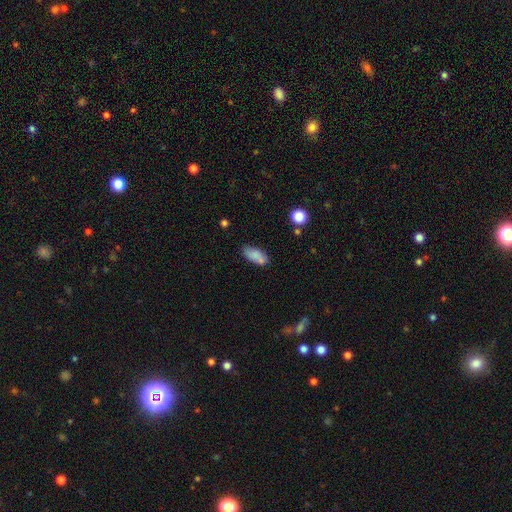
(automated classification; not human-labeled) Smooth or featured? smooth (79%)
How rounded? in between (85%)
Merging? none (59%)